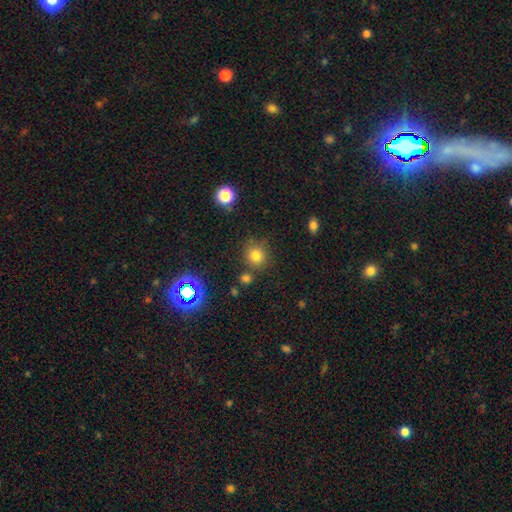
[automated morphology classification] This is likely a smooth galaxy (78%). How rounded: clearly round (89%). Merging: likely none (77%).